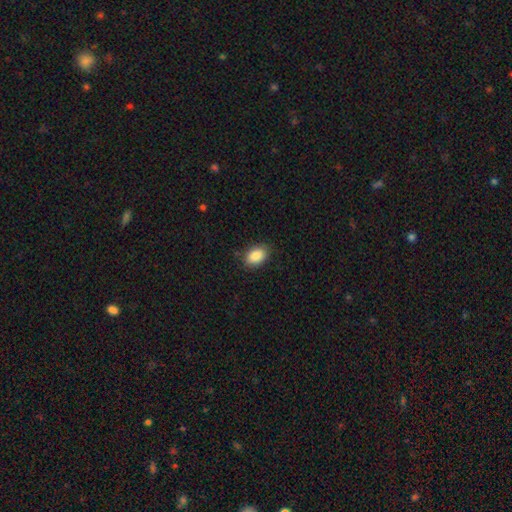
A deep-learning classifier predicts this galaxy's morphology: Smooth or featured?
  - smooth: 89% *
  - star or artifact: 7%
  - featured or disk: 4%
How rounded?
  - in between: 88% *
  - round: 11%
  - cigar-shaped: 1%
Merging?
  - none: 83% *
  - minor disturbance: 13%
  - major disturbance: 3%
  - merger: 1%